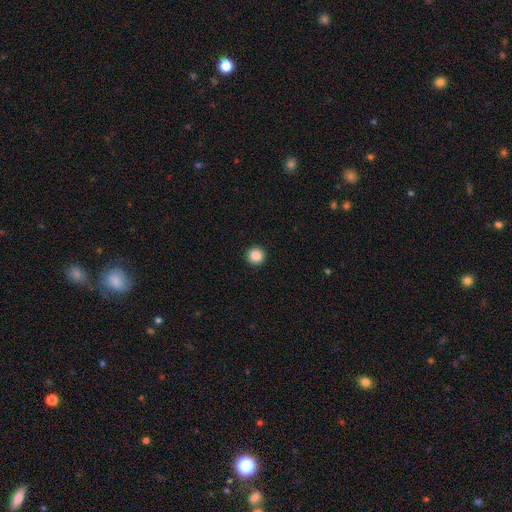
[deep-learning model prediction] smooth-or-featured: smooth: 88% | star or artifact: 9% | featured or disk: 3%
  how-rounded: round: 96% | in between: 3% | cigar-shaped: 1%
  merging: none: 94% | minor disturbance: 4% | major disturbance: 1% | merger: 1%